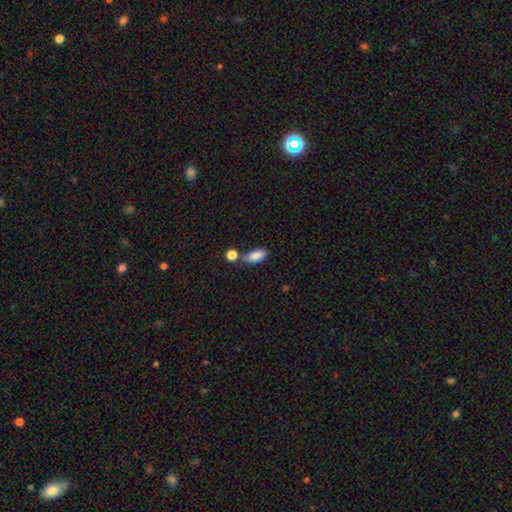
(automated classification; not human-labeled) smooth 85%, star or artifact 8%, featured or disk 7%. Down the decision tree: how rounded — in between (89%); merging — none (57%).